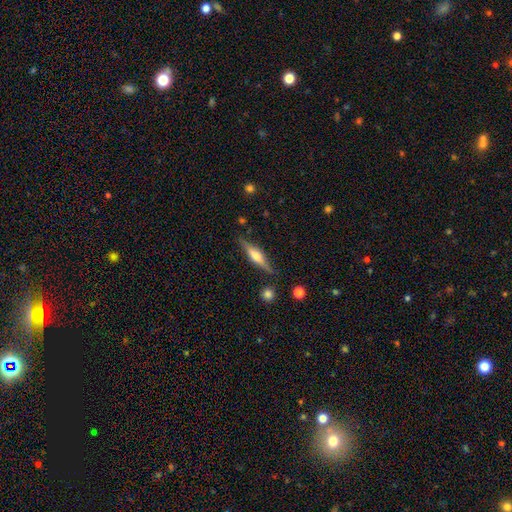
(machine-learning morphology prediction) Overall: featured or disk (66%; smooth 27%). Edge-on disk: yes (96%). Edge-on bulge: rounded (79%). Merging: none (84%).